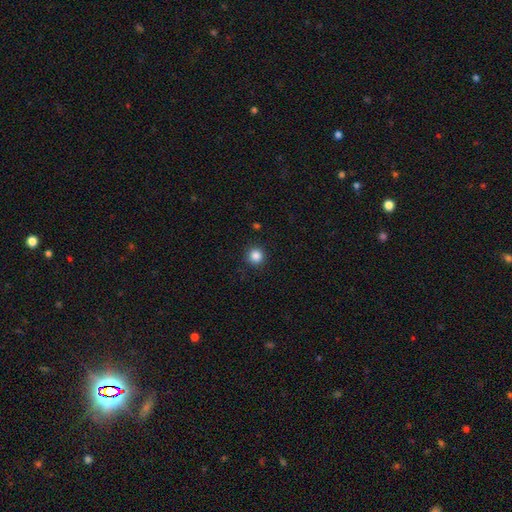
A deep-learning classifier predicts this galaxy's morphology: type=smooth (86%); roundness=round (94%); merging=none (92%).